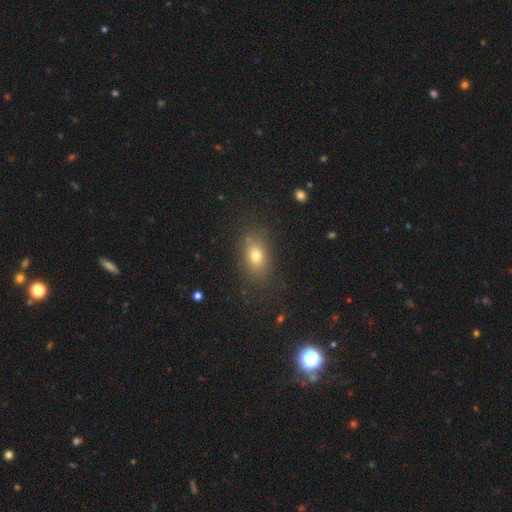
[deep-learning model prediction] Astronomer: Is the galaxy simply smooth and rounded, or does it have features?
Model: smooth — 74%.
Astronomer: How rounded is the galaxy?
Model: in between — 78%.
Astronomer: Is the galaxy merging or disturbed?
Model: none — 82%.